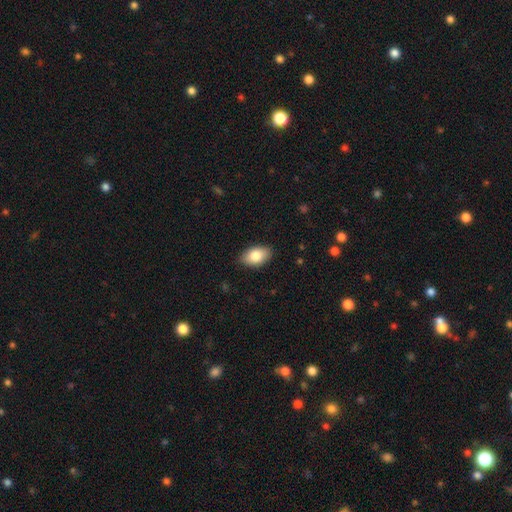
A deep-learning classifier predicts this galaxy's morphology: A smooth galaxy with no disk features (83%) that is in between round and cigar-shaped (91%).

Vote fractions:
- Smooth or featured? smooth: 83% / featured or disk: 10% / star or artifact: 7%
- How rounded? in between: 91% / round: 7% / cigar-shaped: 1%
- Merging? none: 86% / minor disturbance: 11% / major disturbance: 2% / merger: 1%